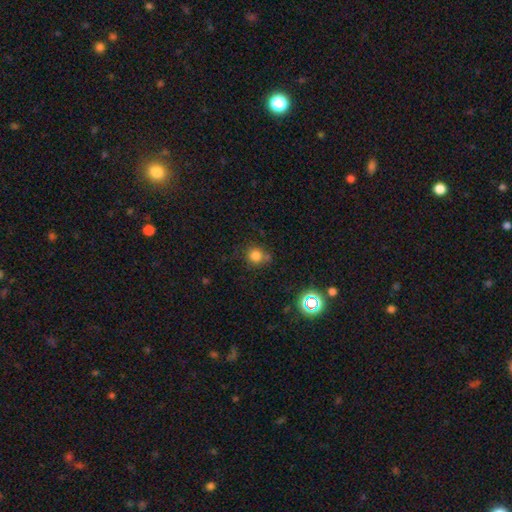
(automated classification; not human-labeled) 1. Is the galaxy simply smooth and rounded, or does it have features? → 77% smooth, 17% star or artifact, 7% featured or disk.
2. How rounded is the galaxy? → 88% round, 11% in between, 1% cigar-shaped.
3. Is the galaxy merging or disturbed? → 68% none, 17% minor disturbance, 9% merger, 6% major disturbance.